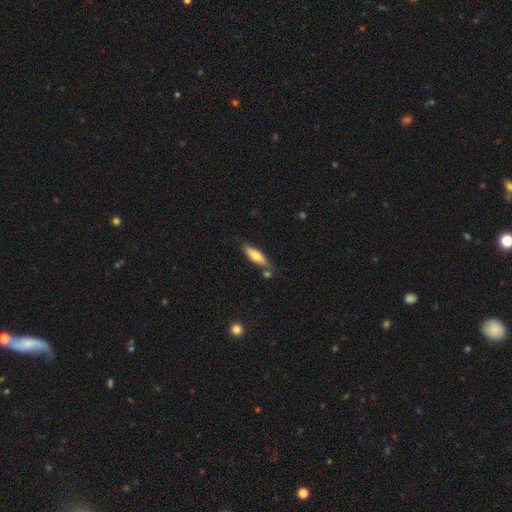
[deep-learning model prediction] A smooth galaxy with no disk features (68%) that is cigar-shaped (56%). Merging: none (72%).